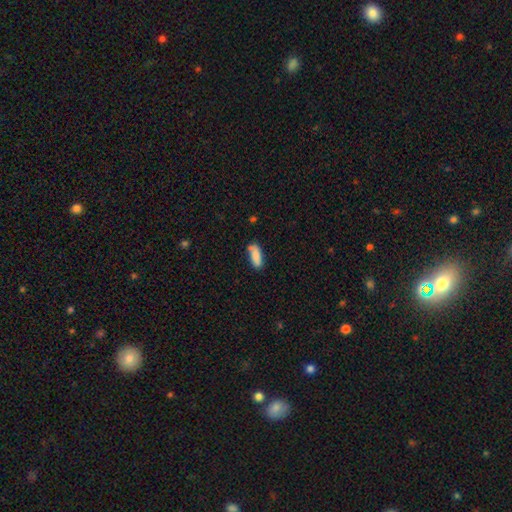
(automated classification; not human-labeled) Smooth or featured: smooth — 84% (featured or disk — 8%)
How rounded: in between — 70% (cigar-shaped — 29%)
Merging: none — 65% (minor disturbance — 20%)